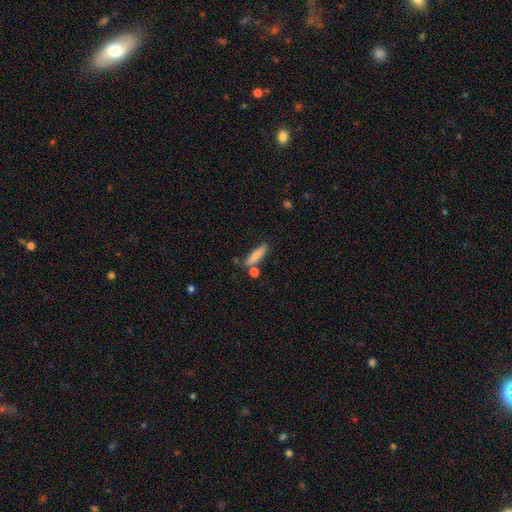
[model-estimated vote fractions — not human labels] Smooth or featured: smooth — 80% (featured or disk — 13%)
How rounded: cigar-shaped — 77% (in between — 21%)
Merging: none — 72% (minor disturbance — 15%)